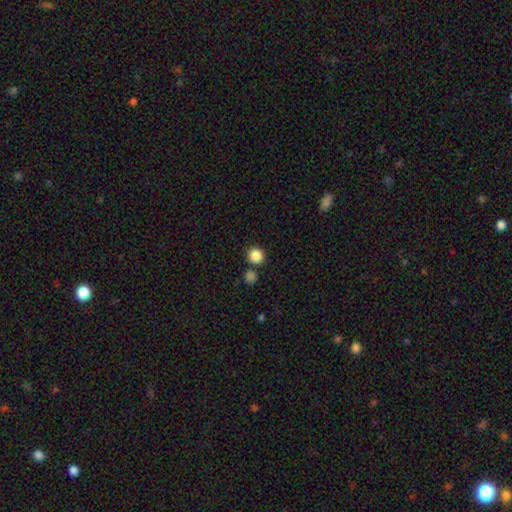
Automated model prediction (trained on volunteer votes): Q: Smooth or featured?
A: smooth (86%); runner-up: star or artifact (11%)
Q: How rounded?
A: round (92%); runner-up: in between (7%)
Q: Merging?
A: none (79%); runner-up: merger (11%)